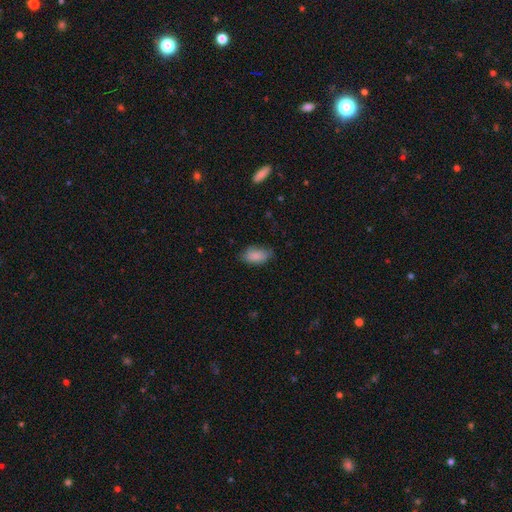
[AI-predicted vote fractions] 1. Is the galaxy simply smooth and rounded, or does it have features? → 87% smooth, 7% star or artifact, 6% featured or disk.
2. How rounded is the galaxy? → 92% in between, 5% round, 3% cigar-shaped.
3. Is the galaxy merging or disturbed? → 70% none, 24% minor disturbance, 5% major disturbance, 1% merger.